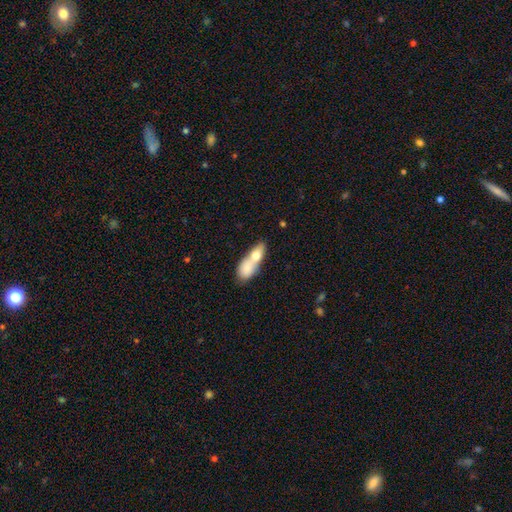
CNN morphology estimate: smooth 71%, featured or disk 23%, star or artifact 6%. Down the decision tree: how rounded — in between (69%); merging — merger (71%).